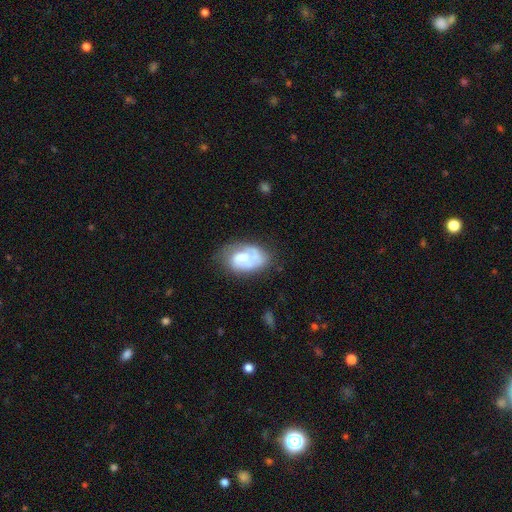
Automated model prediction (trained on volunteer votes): Smooth or featured? Predicted: featured or disk (p=0.49). Merging? Predicted: none (p=0.45).